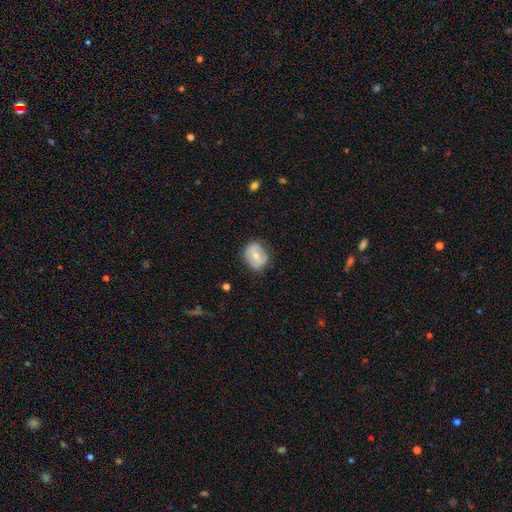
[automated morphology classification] A smooth galaxy with no disk features (47%). Merging: none (73%).